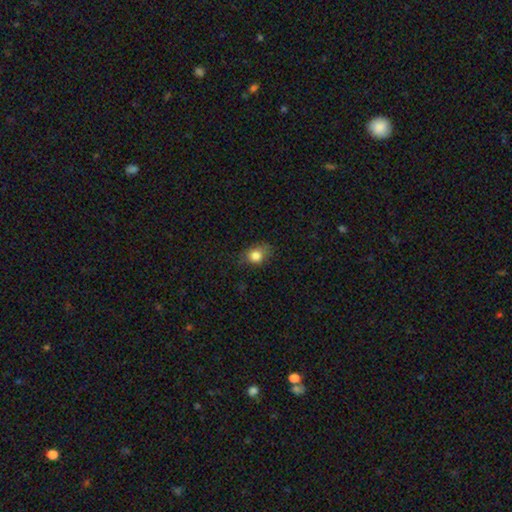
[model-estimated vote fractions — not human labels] Morphology: type=smooth (82%); roundness=round (58%); merging=none (64%).